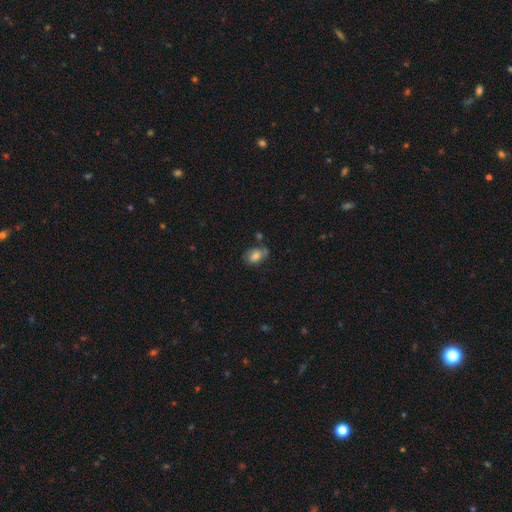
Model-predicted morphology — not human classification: Smooth or featured?
  - smooth: 71% *
  - featured or disk: 20%
  - star or artifact: 10%
How rounded?
  - in between: 78% *
  - round: 20%
  - cigar-shaped: 1%
Merging?
  - none: 58% *
  - minor disturbance: 25%
  - merger: 10%
  - major disturbance: 7%